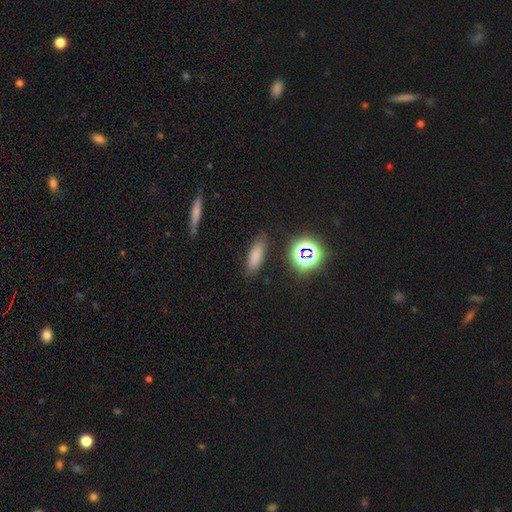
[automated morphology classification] Smooth or featured? smooth (77%)
How rounded? in between (63%)
Merging? none (83%)